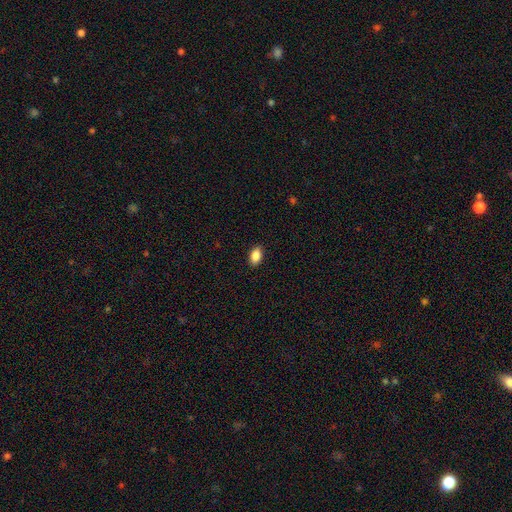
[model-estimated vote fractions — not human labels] Smooth or featured? smooth (87%)
How rounded? in between (90%)
Merging? none (89%)